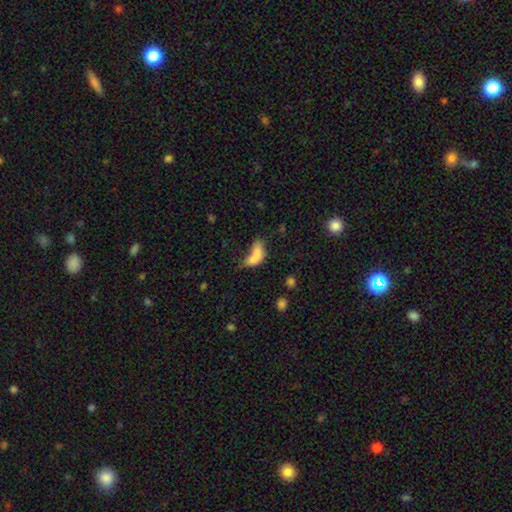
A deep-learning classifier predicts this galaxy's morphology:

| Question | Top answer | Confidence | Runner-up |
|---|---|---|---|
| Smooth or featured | smooth | 70% | featured or disk (19%) |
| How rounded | in between | 83% | cigar-shaped (10%) |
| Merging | merger | 46% | major disturbance (20%) |